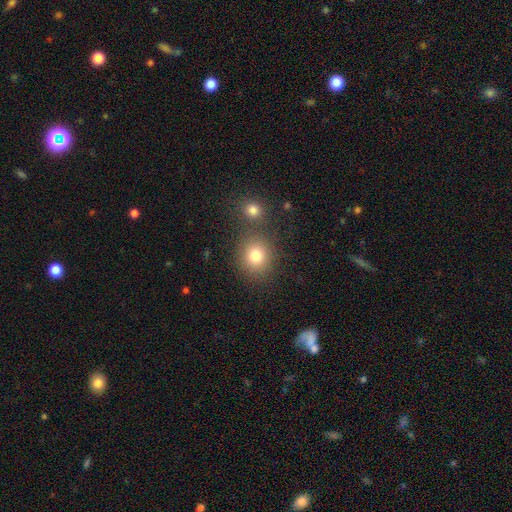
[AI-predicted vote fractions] smooth-or-featured: smooth: 79% | star or artifact: 13% | featured or disk: 8%
  how-rounded: round: 78% | in between: 21% | cigar-shaped: 1%
  merging: none: 73% | merger: 14% | minor disturbance: 9% | major disturbance: 4%